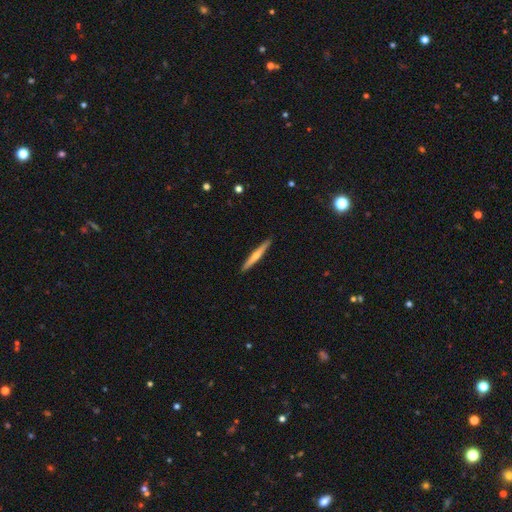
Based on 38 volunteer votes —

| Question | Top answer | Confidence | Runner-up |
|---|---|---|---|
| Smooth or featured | featured or disk | 63% | smooth (34%) |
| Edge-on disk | yes | 100% | — |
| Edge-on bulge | rounded | 88% | none (8%) |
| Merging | none | 92% | minor disturbance (5%) |